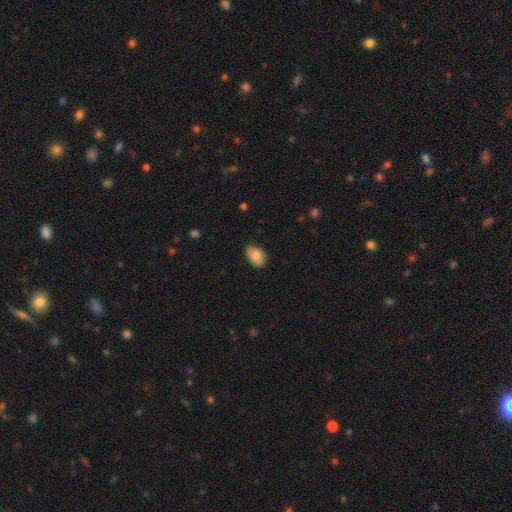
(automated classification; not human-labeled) This appears to be a smooth galaxy with no disk features (81%) that is in between round and cigar-shaped (86%). Merging: none (78%).